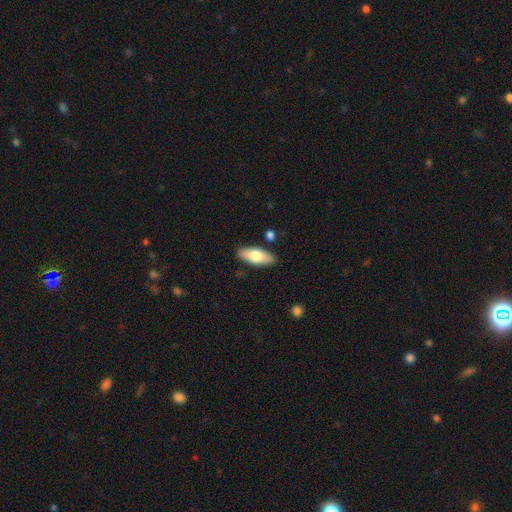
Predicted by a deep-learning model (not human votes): Smooth or featured? smooth (70%)
How rounded? in between (80%)
Merging? none (86%)